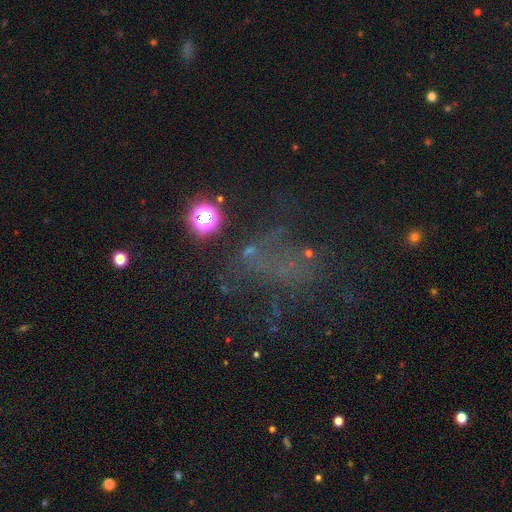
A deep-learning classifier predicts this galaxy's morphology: Smooth or featured? Predicted: star or artifact (p=0.48).